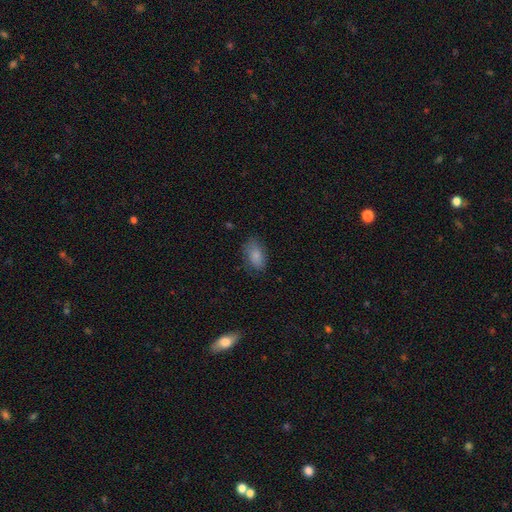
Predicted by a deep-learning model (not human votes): smooth 84%, featured or disk 9%, star or artifact 8%. Down the decision tree: how rounded — in between (90%); merging — none (75%).